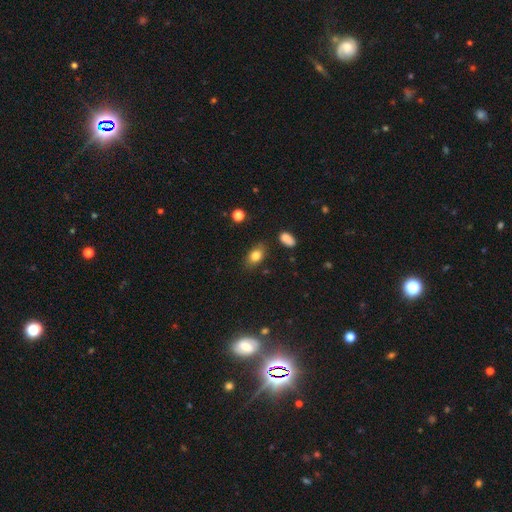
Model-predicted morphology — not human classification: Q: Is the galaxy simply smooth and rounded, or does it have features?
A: smooth — 81%.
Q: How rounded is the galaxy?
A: in between — 83%.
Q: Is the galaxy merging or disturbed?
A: none — 80%.